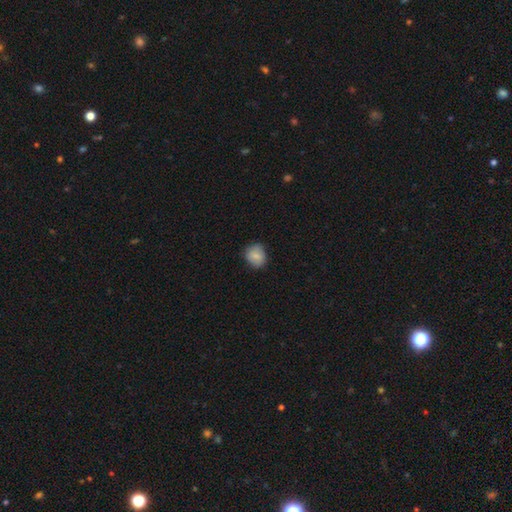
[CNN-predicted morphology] Q: Smooth or featured?
A: smooth (84%); runner-up: featured or disk (8%)
Q: How rounded?
A: round (72%); runner-up: in between (27%)
Q: Merging?
A: none (77%); runner-up: minor disturbance (19%)